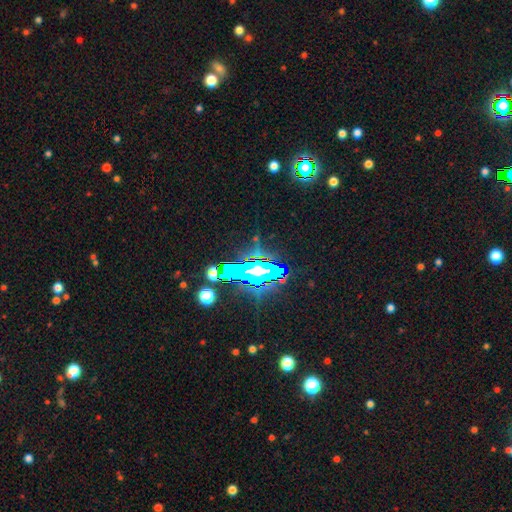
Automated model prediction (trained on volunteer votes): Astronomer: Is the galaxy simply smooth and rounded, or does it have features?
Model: star or artifact — 74%.